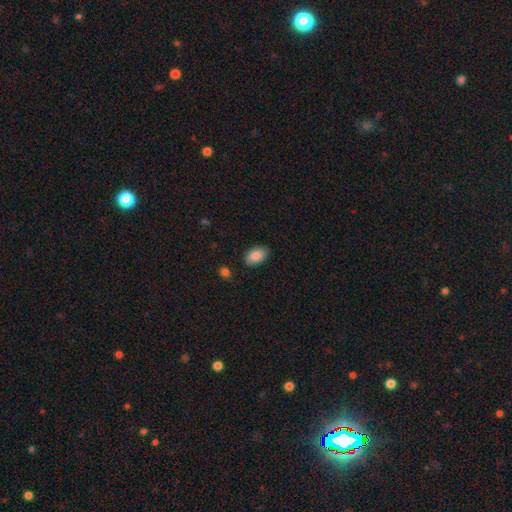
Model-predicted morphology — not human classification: smooth-or-featured: smooth: 88% | star or artifact: 7% | featured or disk: 5%
  how-rounded: in between: 91% | round: 7% | cigar-shaped: 1%
  merging: none: 82% | minor disturbance: 13% | major disturbance: 3% | merger: 2%